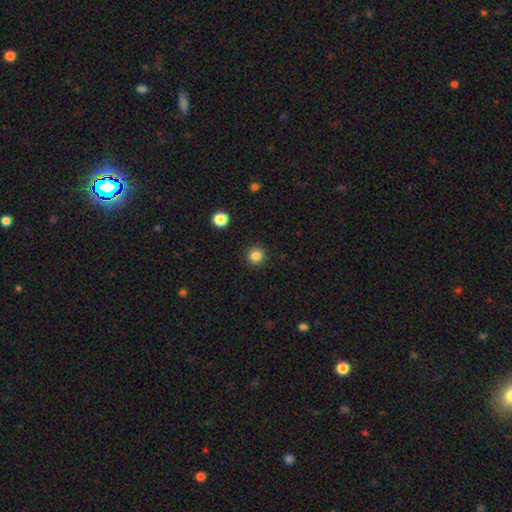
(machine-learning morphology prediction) smooth-or-featured: smooth: 85% | star or artifact: 11% | featured or disk: 4%
  how-rounded: round: 94% | in between: 5% | cigar-shaped: 1%
  merging: none: 92% | minor disturbance: 5% | major disturbance: 2% | merger: 1%